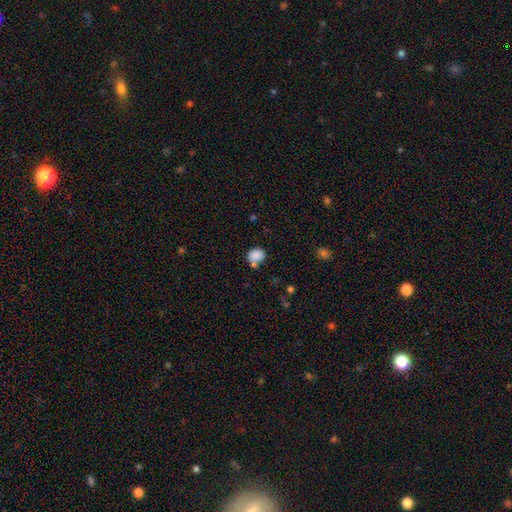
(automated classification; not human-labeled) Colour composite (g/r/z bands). It shows a smooth galaxy with no disk features (85%) that is round (50%). Merging: none (59%).